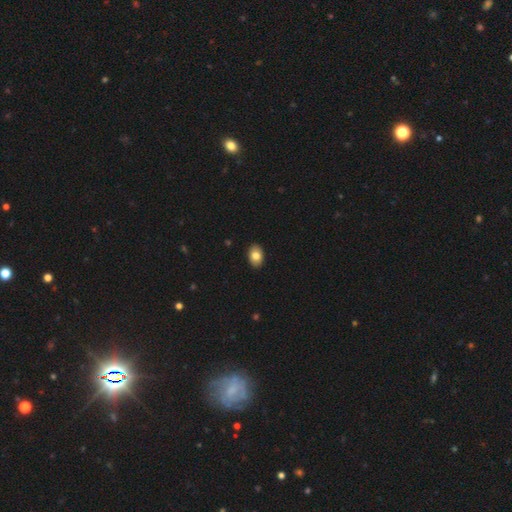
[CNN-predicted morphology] Smooth or featured? Predicted: smooth (p=0.82). How rounded? Predicted: in between (p=0.84). Merging? Predicted: none (p=0.90).